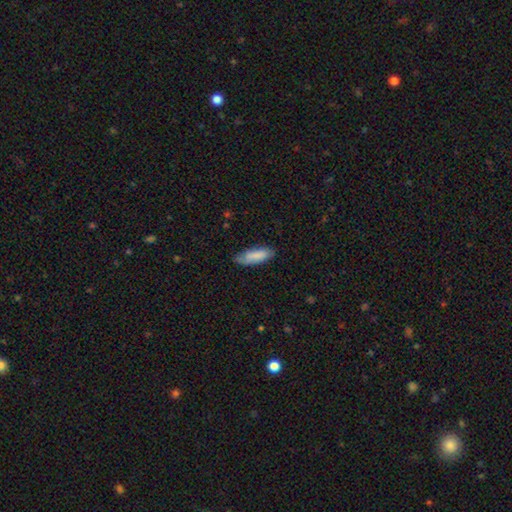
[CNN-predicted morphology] A smooth galaxy with no disk features (83%) that is in between round and cigar-shaped (55%). Merging: none (72%).